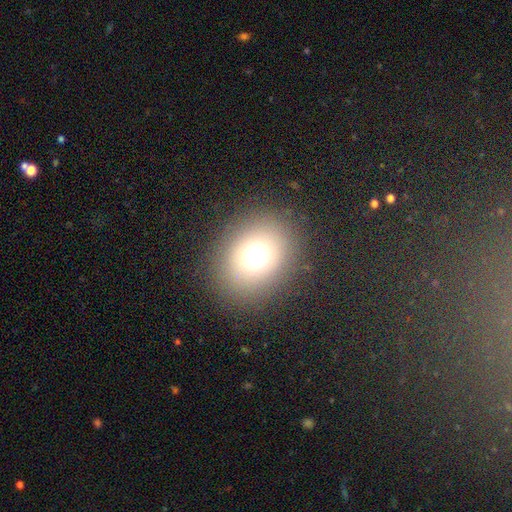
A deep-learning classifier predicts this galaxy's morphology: Smooth or featured? Predicted: smooth (p=0.70). How rounded? Predicted: round (p=0.61). Merging? Predicted: none (p=0.85).